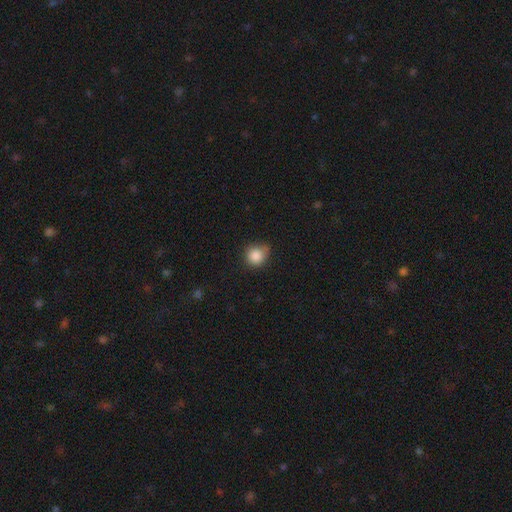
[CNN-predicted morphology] smooth-or-featured: smooth: 85% | star or artifact: 10% | featured or disk: 5%
  how-rounded: round: 85% | in between: 14% | cigar-shaped: 1%
  merging: none: 63% | minor disturbance: 29% | major disturbance: 5% | merger: 3%